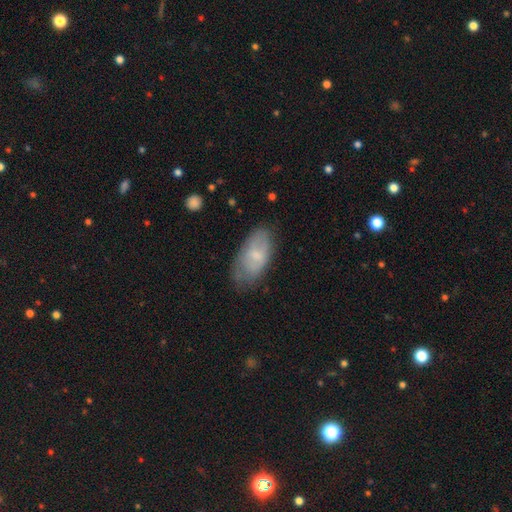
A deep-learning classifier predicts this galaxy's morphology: This appears to be a smooth galaxy with no disk features (62%) that is in between round and cigar-shaped (92%). Merging: none (64%).